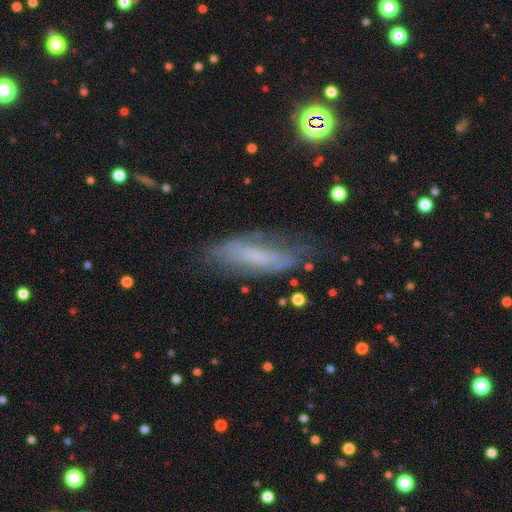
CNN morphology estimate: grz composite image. It shows a smooth galaxy with no disk features (47%). Merging: none (64%).